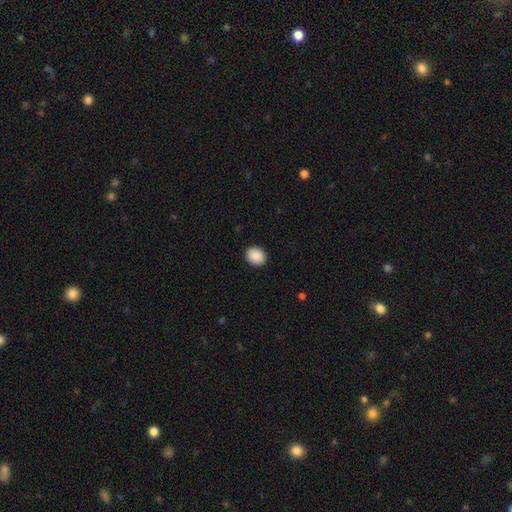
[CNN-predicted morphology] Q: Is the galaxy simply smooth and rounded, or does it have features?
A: smooth — 90%.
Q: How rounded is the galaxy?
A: round — 66%.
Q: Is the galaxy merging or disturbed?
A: none — 91%.